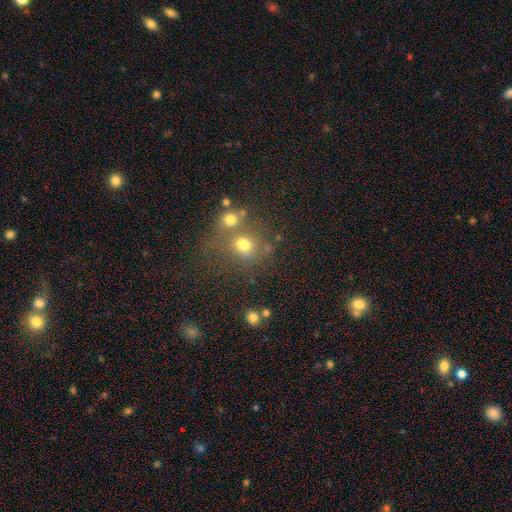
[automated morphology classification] type=smooth (56%); roundness=round (85%); merging=none (55%).